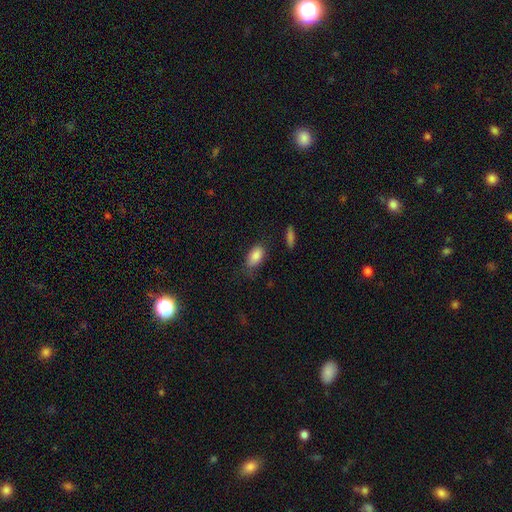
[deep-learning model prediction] This appears to be a smooth galaxy with no disk features (86%) that is in between round and cigar-shaped (91%). Merging: none (68%).